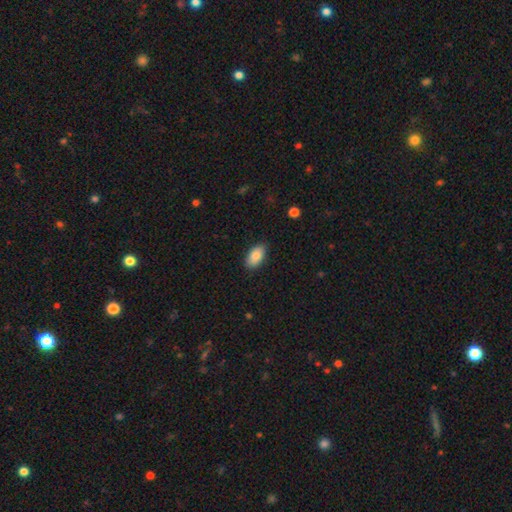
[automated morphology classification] smooth 85%, featured or disk 9%, star or artifact 7%. Down the decision tree: how rounded — in between (94%); merging — none (87%).